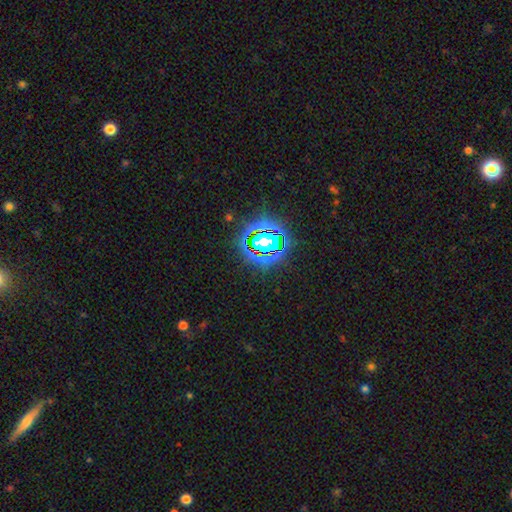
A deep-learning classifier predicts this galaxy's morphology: Overall: star or artifact (82%).